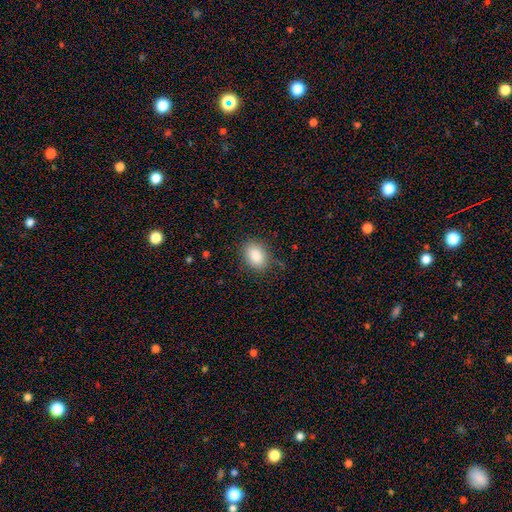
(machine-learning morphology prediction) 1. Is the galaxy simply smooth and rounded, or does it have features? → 88% smooth, 8% star or artifact, 4% featured or disk.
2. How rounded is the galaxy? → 77% in between, 22% round, 1% cigar-shaped.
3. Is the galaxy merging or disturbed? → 81% none, 13% minor disturbance, 4% major disturbance, 1% merger.